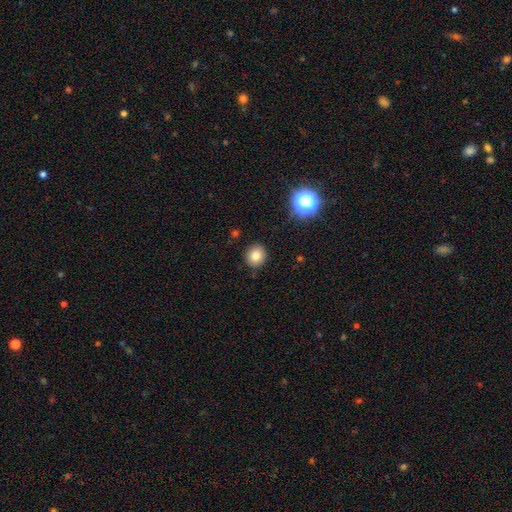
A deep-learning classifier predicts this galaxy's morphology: The model was most divided on "smooth or featured": smooth: 81%, star or artifact: 12%, featured or disk: 7%. More confident: merging — none (90%); how rounded — round (86%).